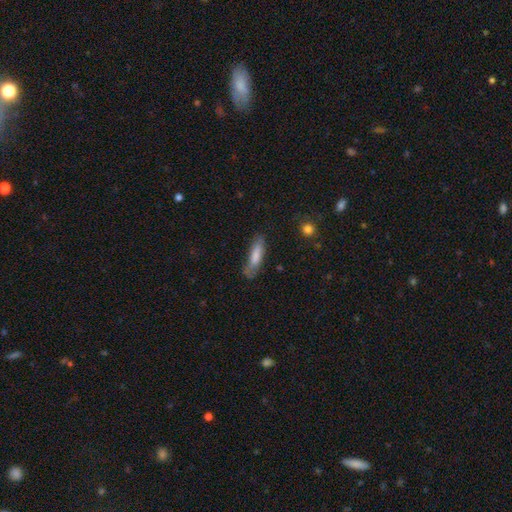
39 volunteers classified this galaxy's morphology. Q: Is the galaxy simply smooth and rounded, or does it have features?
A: smooth — 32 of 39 (82%).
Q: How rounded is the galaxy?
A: cigar-shaped — 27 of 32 (84%).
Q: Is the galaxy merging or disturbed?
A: none — 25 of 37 (68%).